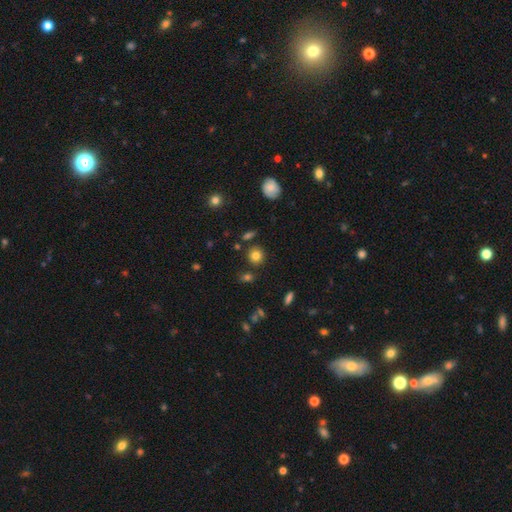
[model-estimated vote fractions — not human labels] Smooth or featured? smooth (81%)
How rounded? round (88%)
Merging? none (83%)